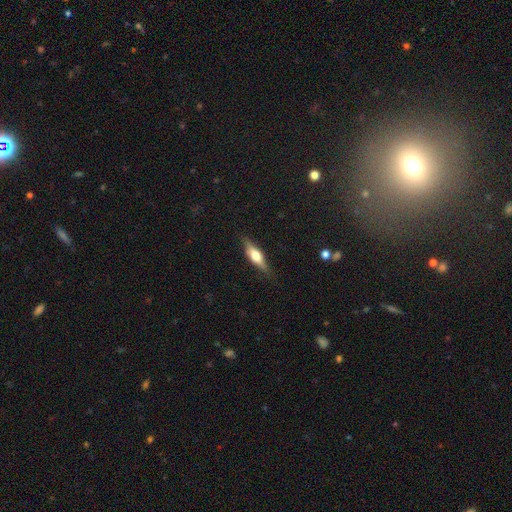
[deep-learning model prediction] Smooth or featured? featured or disk (53%)
Edge-on disk? yes (93%)
Merging? none (82%)